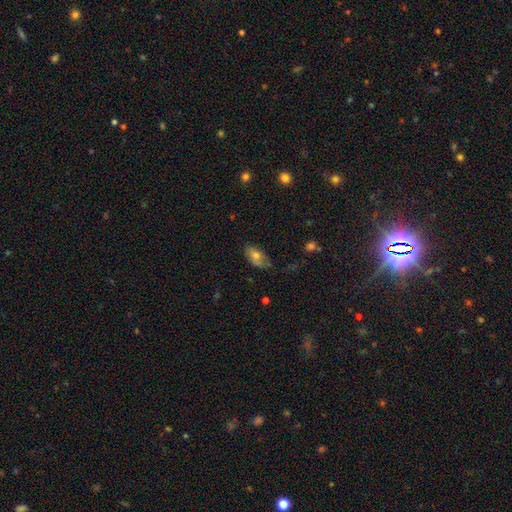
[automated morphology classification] type=smooth (67%); roundness=in between (90%); merging=none (57%).